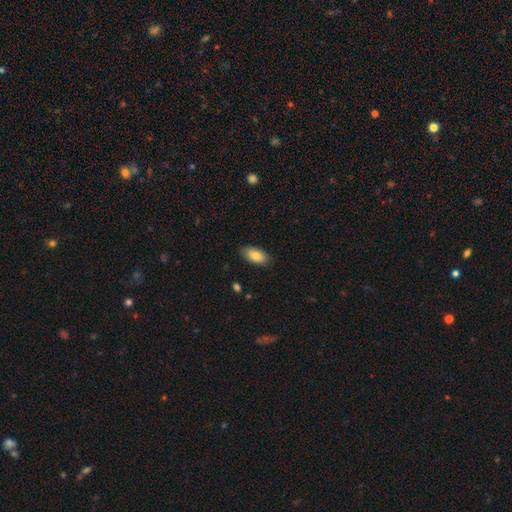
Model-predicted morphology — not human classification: Smooth or featured? Predicted: smooth (p=0.80). How rounded? Predicted: in between (p=0.92). Merging? Predicted: none (p=0.84).